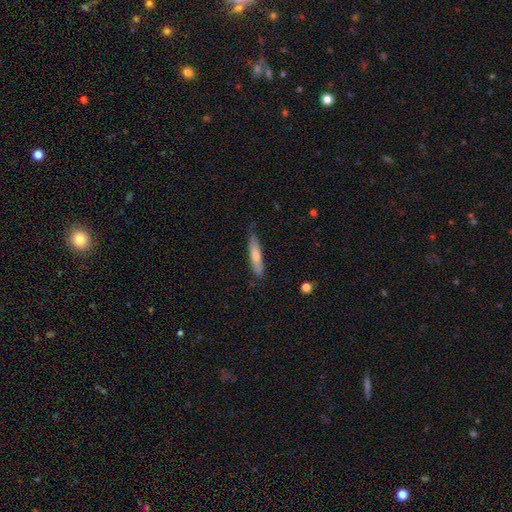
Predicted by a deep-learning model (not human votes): Smooth or featured: smooth — 63% (featured or disk — 31%)
How rounded: cigar-shaped — 84% (in between — 14%)
Merging: none — 77% (minor disturbance — 19%)